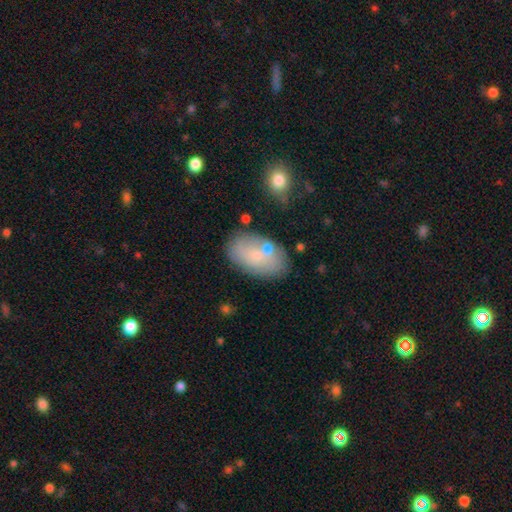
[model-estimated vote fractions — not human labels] smooth_or_featured: smooth (p=0.62) [alt: featured or disk p=0.29]
how_rounded: in between (p=0.92) [alt: round p=0.07]
merging: none (p=0.66) [alt: minor disturbance p=0.18]